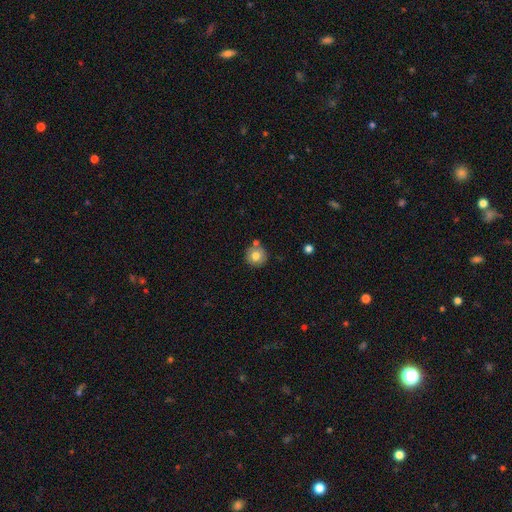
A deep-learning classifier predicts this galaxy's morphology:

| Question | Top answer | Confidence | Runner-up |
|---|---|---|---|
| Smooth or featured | smooth | 76% | featured or disk (14%) |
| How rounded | round | 93% | in between (6%) |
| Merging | none | 75% | merger (12%) |